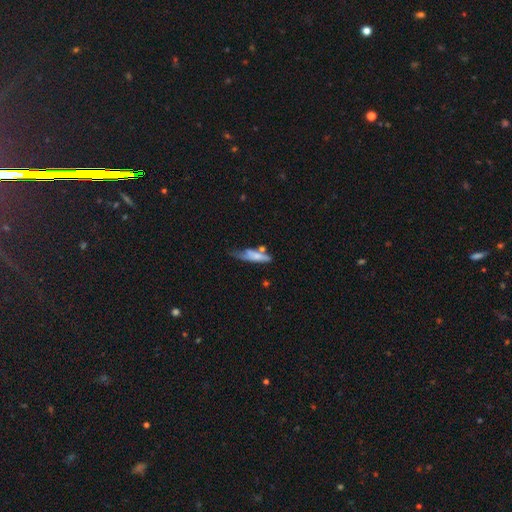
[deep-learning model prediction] smooth 63%, featured or disk 30%, star or artifact 7%. Down the decision tree: how rounded — cigar-shaped (69%); merging — none (37%).